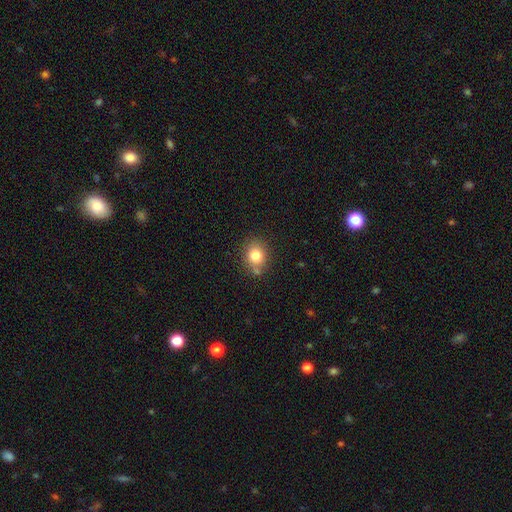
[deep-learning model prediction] A smooth galaxy with no disk features (80%) that is round (64%). Merging: none (74%).